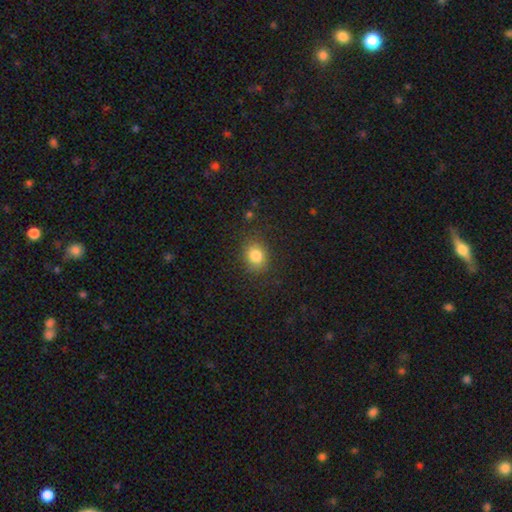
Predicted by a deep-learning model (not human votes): Overall: smooth (83%). How rounded: round (53%; in between 46%). Merging: none (83%).